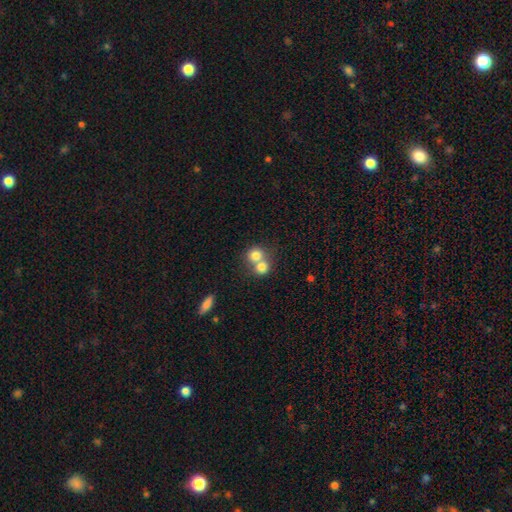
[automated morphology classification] Smooth or featured: smooth — 76% (featured or disk — 14%)
How rounded: round — 80% (in between — 19%)
Merging: merger — 63% (none — 30%)